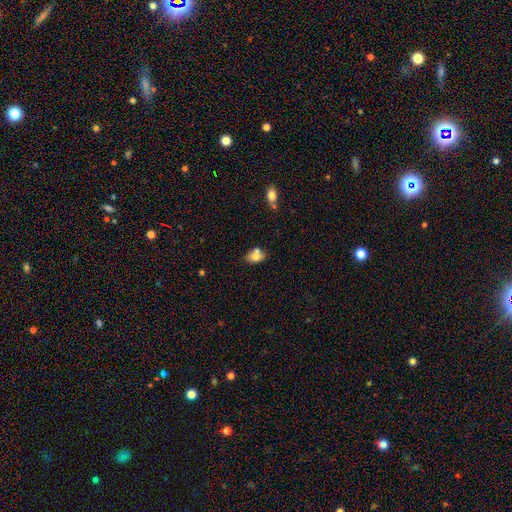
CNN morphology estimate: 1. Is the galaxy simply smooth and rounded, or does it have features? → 74% smooth, 16% featured or disk, 9% star or artifact.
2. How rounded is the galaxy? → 82% in between, 16% round, 2% cigar-shaped.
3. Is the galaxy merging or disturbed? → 48% none, 29% merger, 18% minor disturbance, 5% major disturbance.